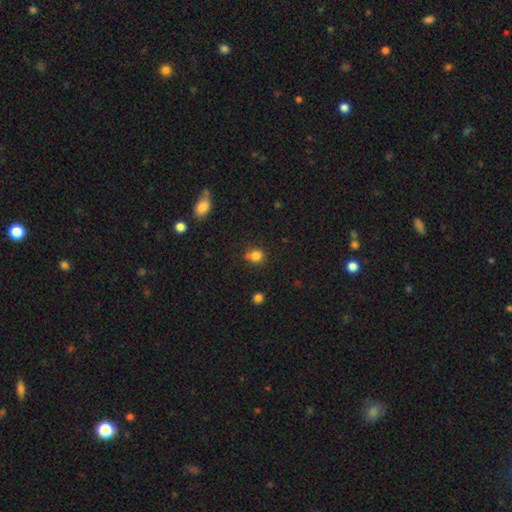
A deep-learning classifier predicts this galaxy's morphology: Q: Smooth or featured?
A: smooth (80%); runner-up: star or artifact (13%)
Q: How rounded?
A: round (75%); runner-up: in between (24%)
Q: Merging?
A: none (59%); runner-up: minor disturbance (19%)